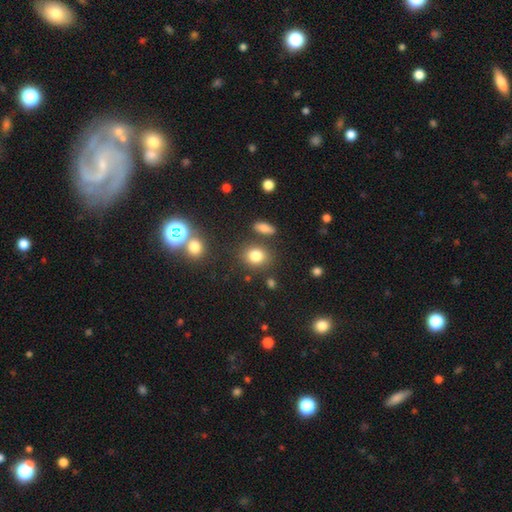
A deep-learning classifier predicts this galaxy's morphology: Smooth or featured? smooth (80%)
How rounded? round (61%)
Merging? none (77%)